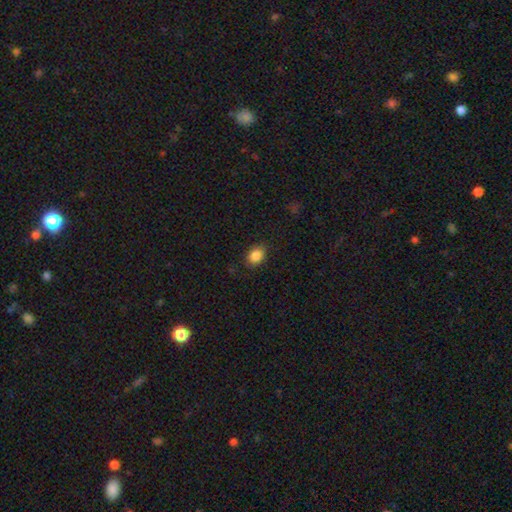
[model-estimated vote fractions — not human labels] Smooth or featured?
  - smooth: 87% *
  - star or artifact: 9%
  - featured or disk: 4%
How rounded?
  - in between: 60% *
  - round: 39%
  - cigar-shaped: 1%
Merging?
  - none: 83% *
  - minor disturbance: 13%
  - major disturbance: 3%
  - merger: 1%